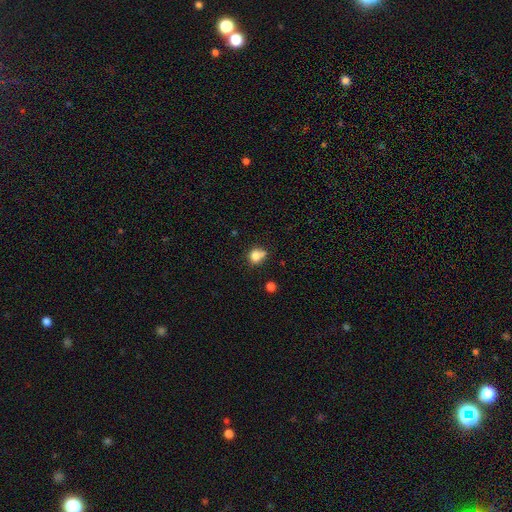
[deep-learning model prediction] Smooth or featured? Predicted: smooth (p=0.78). How rounded? Predicted: round (p=0.70). Merging? Predicted: none (p=0.46).